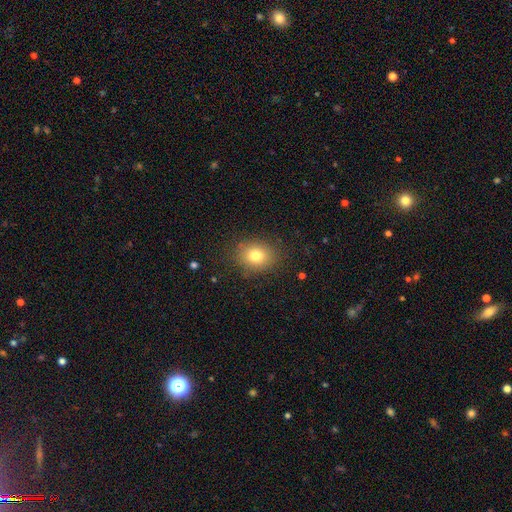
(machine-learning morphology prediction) smooth_or_featured: smooth (p=0.78) [alt: star or artifact p=0.12]
how_rounded: round (p=0.54) [alt: in between p=0.45]
merging: none (p=0.85) [alt: minor disturbance p=0.10]